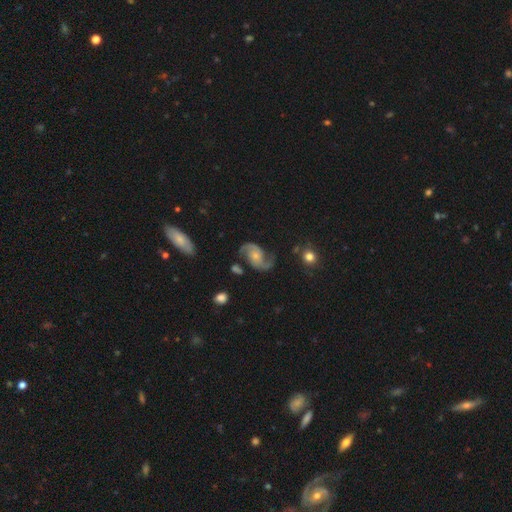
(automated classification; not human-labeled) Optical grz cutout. It shows a featured or disk galaxy (89%) with no bar (67%), 2 (93%) loose (45%) spiral arms (97%) and a small central bulge (46%). Merging: none (70%).